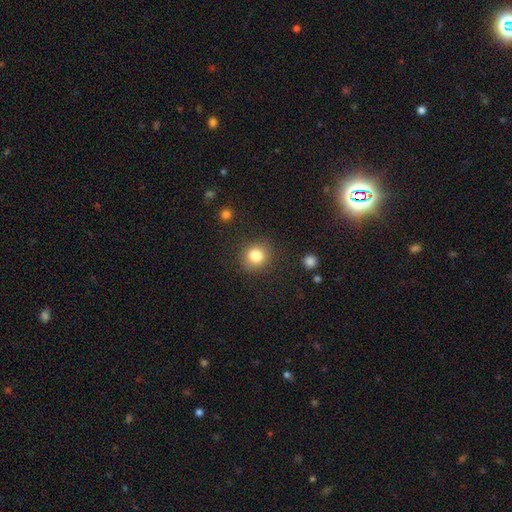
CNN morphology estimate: This appears to be a smooth galaxy with no disk features (82%) that is round (85%). Merging: none (87%).